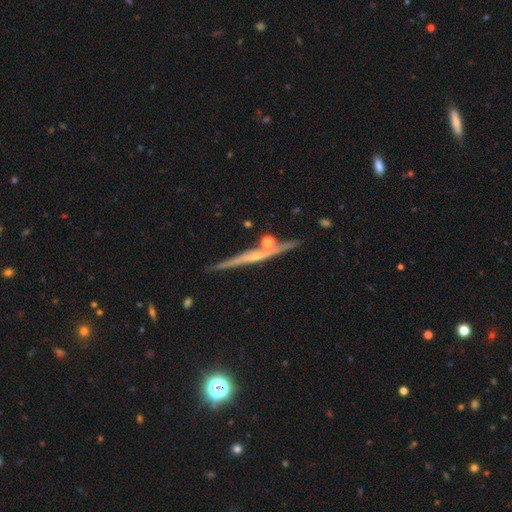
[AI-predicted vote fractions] Smooth or featured?
  - featured or disk: 73% *
  - smooth: 19%
  - star or artifact: 8%
Edge-on disk?
  - yes: 97% *
  - no: 3%
Edge-on bulge?
  - rounded: 50% *
  - none: 44%
  - boxy: 7%
Merging?
  - none: 81% *
  - minor disturbance: 10%
  - merger: 7%
  - major disturbance: 2%